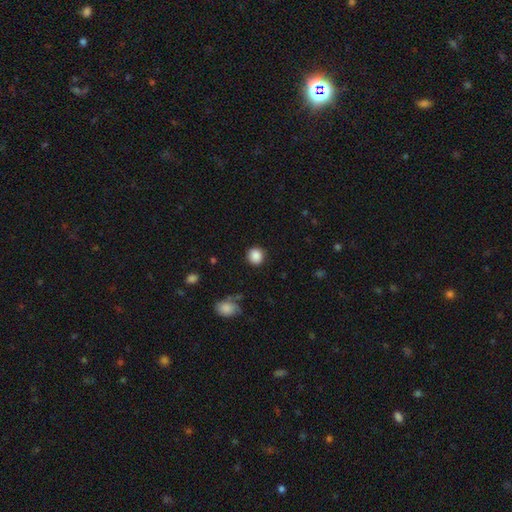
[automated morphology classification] Smooth or featured?
  - smooth: 88% *
  - star or artifact: 9%
  - featured or disk: 3%
How rounded?
  - round: 90% *
  - in between: 9%
  - cigar-shaped: 1%
Merging?
  - none: 89% *
  - minor disturbance: 7%
  - major disturbance: 3%
  - merger: 1%